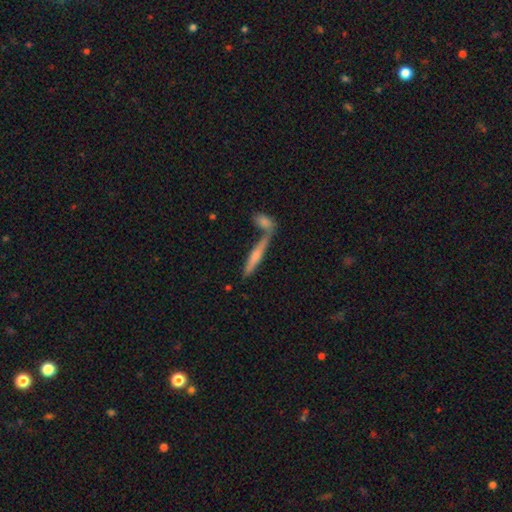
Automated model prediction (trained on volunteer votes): A smooth galaxy with no disk features (53%) that is cigar-shaped (88%). Merging: none (54%).